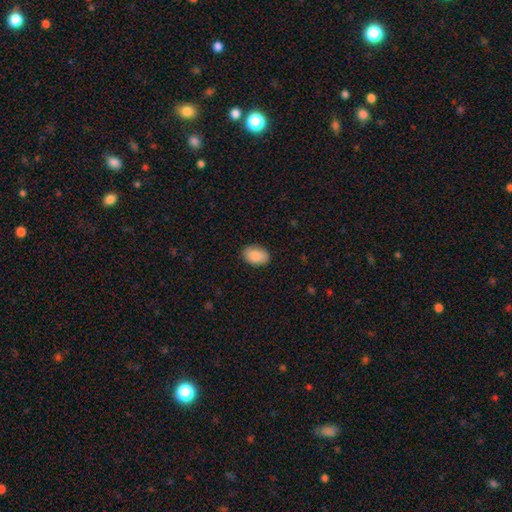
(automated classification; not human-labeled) This is clearly a smooth galaxy (88%). How rounded: clearly in between (87%). Merging: clearly none (86%).